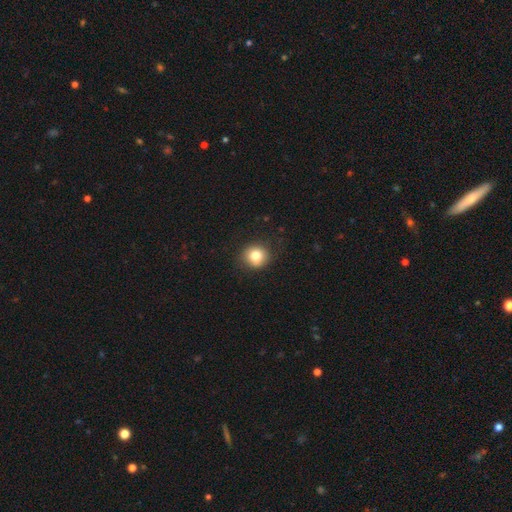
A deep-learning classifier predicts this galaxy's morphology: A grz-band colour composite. It shows a smooth galaxy with no disk features (81%) that is round (88%). Merging: none (86%).